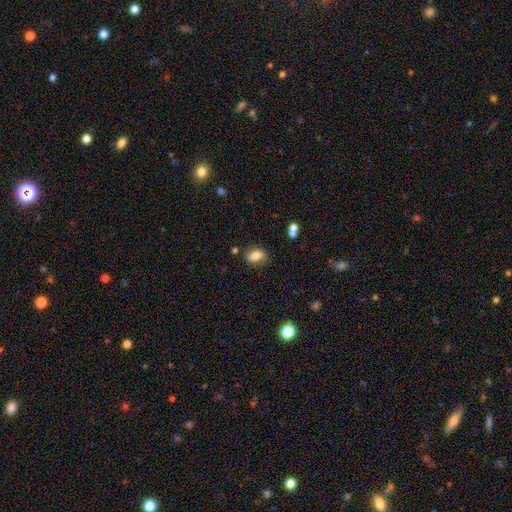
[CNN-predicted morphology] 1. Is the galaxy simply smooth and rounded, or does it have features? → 72% smooth, 19% featured or disk, 9% star or artifact.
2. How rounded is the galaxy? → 81% in between, 15% round, 4% cigar-shaped.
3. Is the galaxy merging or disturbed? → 76% none, 16% minor disturbance, 5% major disturbance, 4% merger.